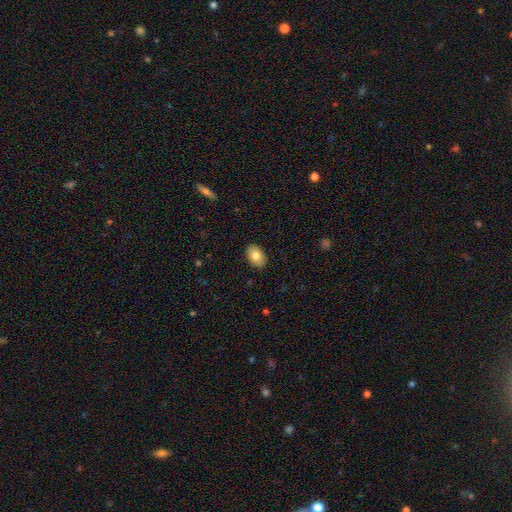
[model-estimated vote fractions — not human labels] Overall: smooth (81%). How rounded: in between (87%). Merging: none (90%).